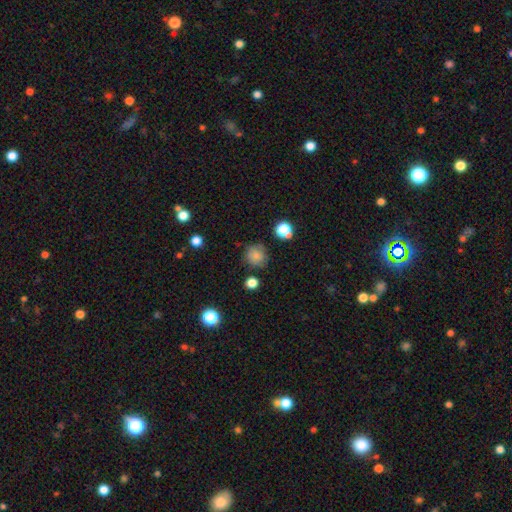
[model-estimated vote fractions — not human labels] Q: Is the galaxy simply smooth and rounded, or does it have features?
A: smooth — 79%.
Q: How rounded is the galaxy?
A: round — 89%.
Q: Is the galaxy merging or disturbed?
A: none — 77%.